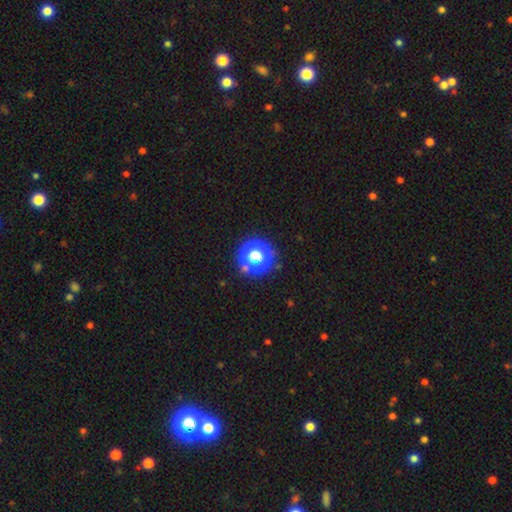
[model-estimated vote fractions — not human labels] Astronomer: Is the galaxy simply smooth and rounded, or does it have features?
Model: smooth — 49% (runner-up: star or artifact, 40%).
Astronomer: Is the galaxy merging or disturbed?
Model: none — 72%.